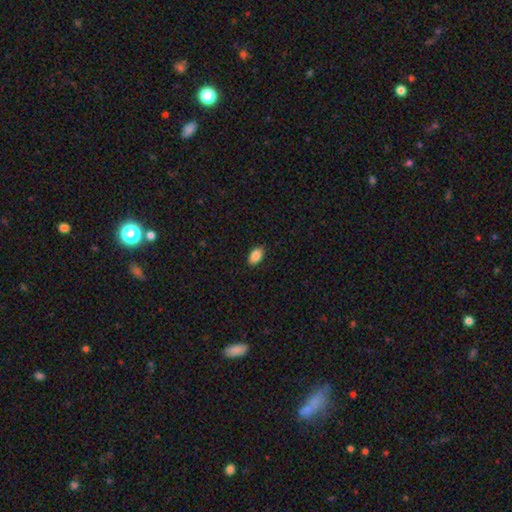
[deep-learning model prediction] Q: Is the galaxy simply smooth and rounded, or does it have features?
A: smooth — 87%.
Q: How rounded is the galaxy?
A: in between — 92%.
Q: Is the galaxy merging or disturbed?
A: none — 88%.